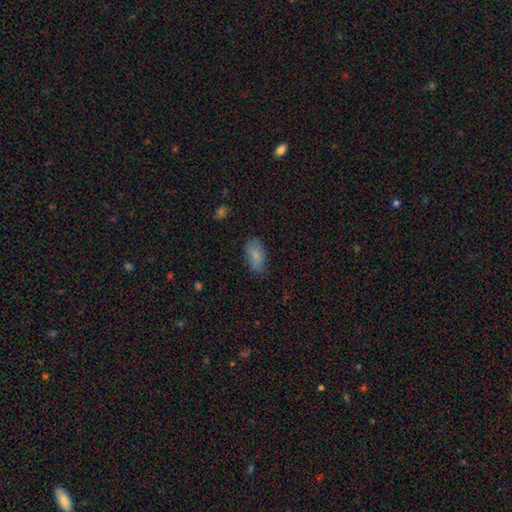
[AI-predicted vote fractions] A smooth galaxy with no disk features (83%) that is in between round and cigar-shaped (91%).

Vote fractions:
- Smooth or featured? smooth: 83% / featured or disk: 9% / star or artifact: 8%
- How rounded? in between: 91% / cigar-shaped: 5% / round: 3%
- Merging? none: 73% / minor disturbance: 21% / major disturbance: 5% / merger: 2%